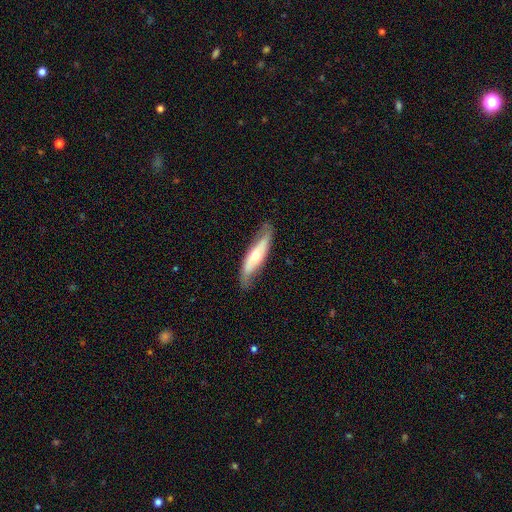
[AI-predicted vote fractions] Smooth or featured: featured or disk — 59% (smooth — 36%)
Edge-on disk: no — 58% (yes — 42%)
Merging: none — 72% (minor disturbance — 20%)